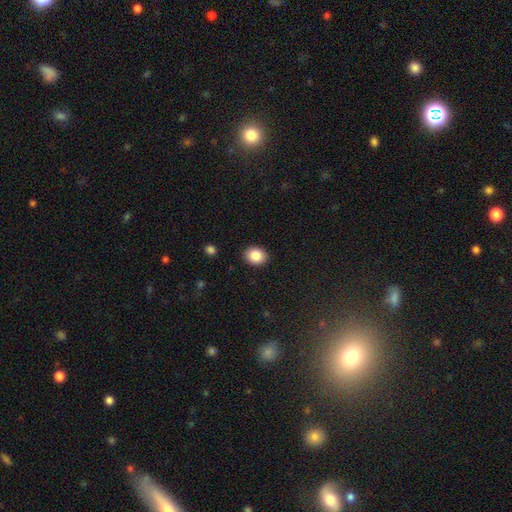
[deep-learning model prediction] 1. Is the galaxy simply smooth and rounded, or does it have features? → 86% smooth, 9% star or artifact, 5% featured or disk.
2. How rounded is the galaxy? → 53% round, 46% in between, 1% cigar-shaped.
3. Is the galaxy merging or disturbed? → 90% none, 7% minor disturbance, 2% major disturbance, 1% merger.